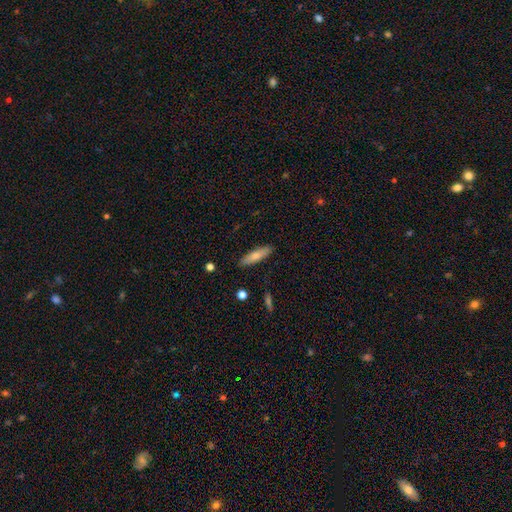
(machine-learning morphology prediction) smooth 73%, featured or disk 21%, star or artifact 6%. Down the decision tree: how rounded — cigar-shaped (69%); merging — none (88%).